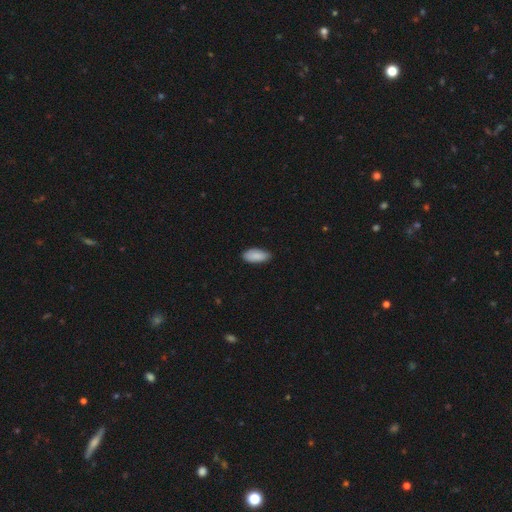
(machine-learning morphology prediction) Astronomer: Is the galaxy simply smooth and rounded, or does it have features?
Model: smooth — 89%.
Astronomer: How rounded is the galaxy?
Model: in between — 90%.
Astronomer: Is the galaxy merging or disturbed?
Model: none — 84%.